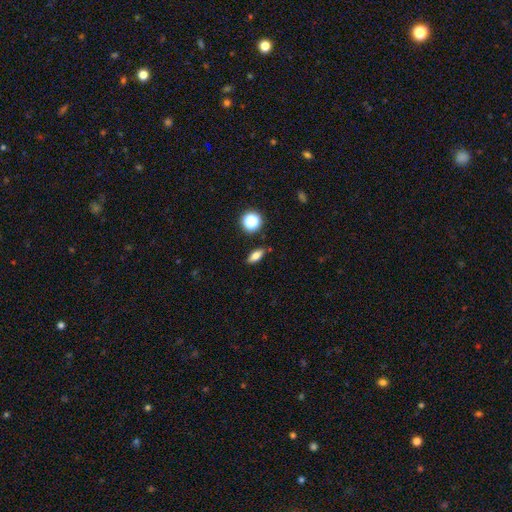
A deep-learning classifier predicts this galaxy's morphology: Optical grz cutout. It shows a smooth galaxy with no disk features (74%) that is in between round and cigar-shaped (70%). Merging: none (86%).